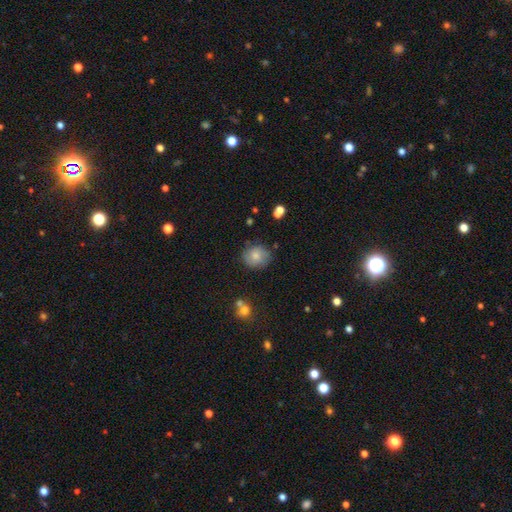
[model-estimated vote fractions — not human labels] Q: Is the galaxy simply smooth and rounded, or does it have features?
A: smooth — 61%.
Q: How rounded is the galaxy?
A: round — 74%.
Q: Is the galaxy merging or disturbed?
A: none — 78%.